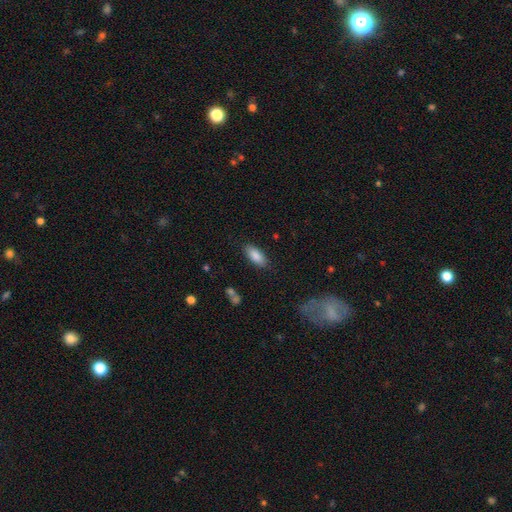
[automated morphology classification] This is clearly a smooth galaxy (87%). How rounded: clearly in between (84%). Merging: clearly none (84%).